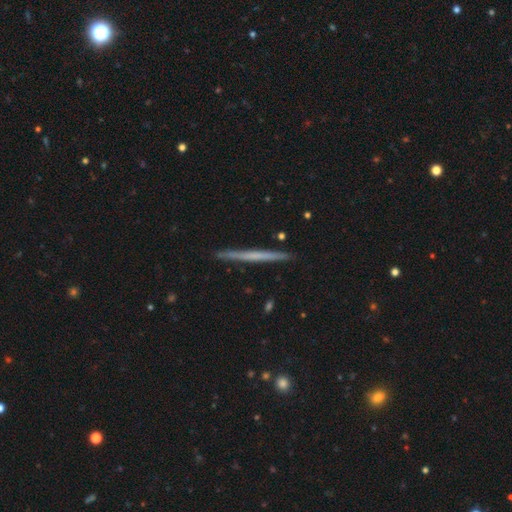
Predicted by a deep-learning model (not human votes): This is possibly a featured or disk galaxy (53%). It is clearly viewed edge-on (98%). Edge-on bulge: clearly none (87%). Merging: clearly none (92%).